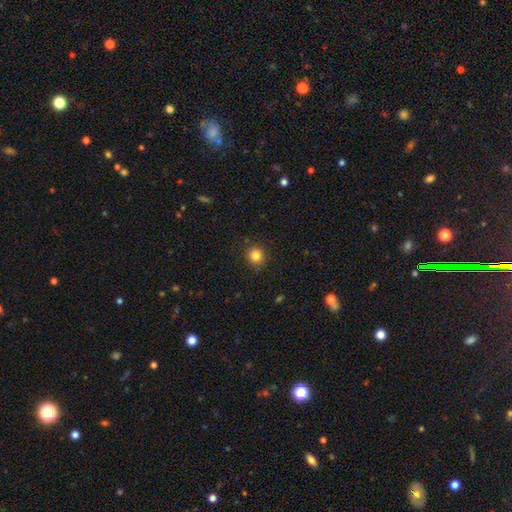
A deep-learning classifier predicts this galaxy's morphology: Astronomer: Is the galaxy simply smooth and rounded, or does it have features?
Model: smooth — 84%.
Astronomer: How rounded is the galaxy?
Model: round — 90%.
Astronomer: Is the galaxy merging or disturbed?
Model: none — 88%.